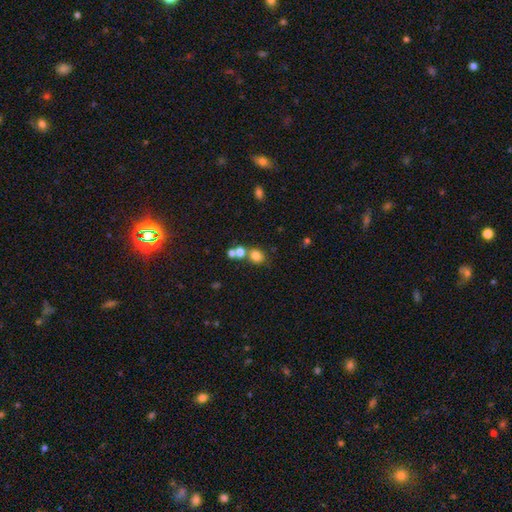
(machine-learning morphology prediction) Smooth or featured?
  - smooth: 77% *
  - star or artifact: 14%
  - featured or disk: 8%
How rounded?
  - round: 66% *
  - in between: 33%
  - cigar-shaped: 1%
Merging?
  - none: 56% *
  - merger: 29%
  - minor disturbance: 10%
  - major disturbance: 5%